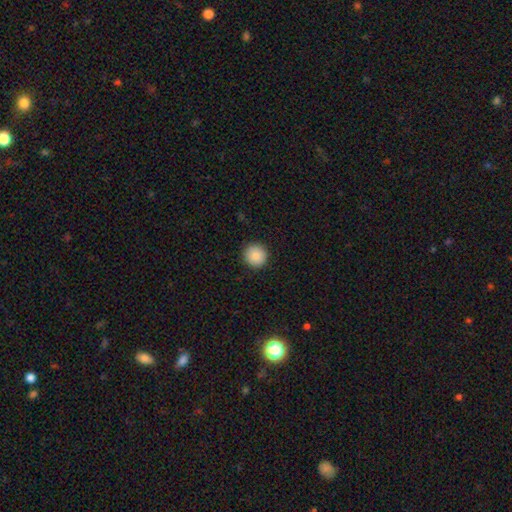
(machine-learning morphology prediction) Smooth or featured? smooth (85%)
How rounded? round (95%)
Merging? none (92%)